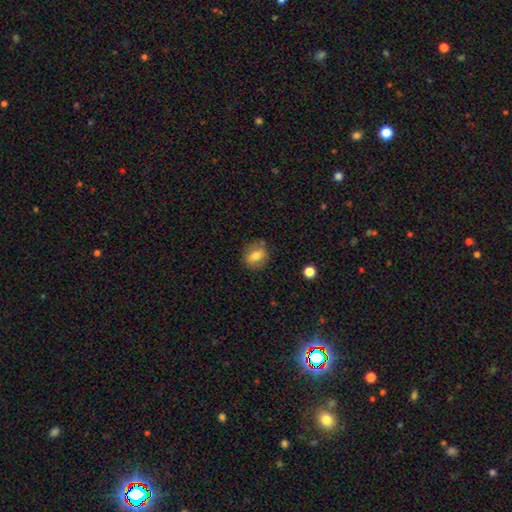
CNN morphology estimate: A smooth galaxy with no disk features (74%) that is round (52%). Merging: none (78%).